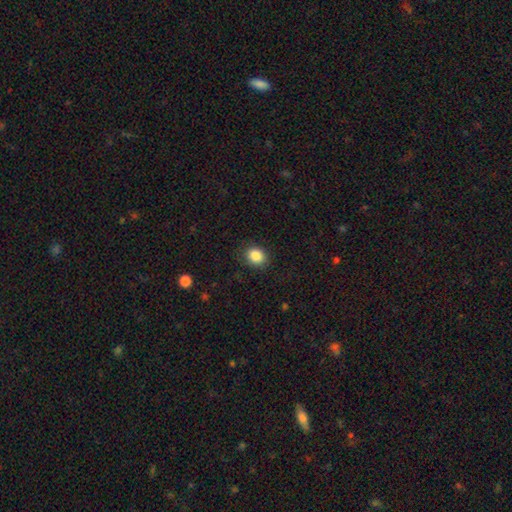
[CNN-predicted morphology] Smooth or featured? smooth (86%)
How rounded? round (60%)
Merging? none (86%)